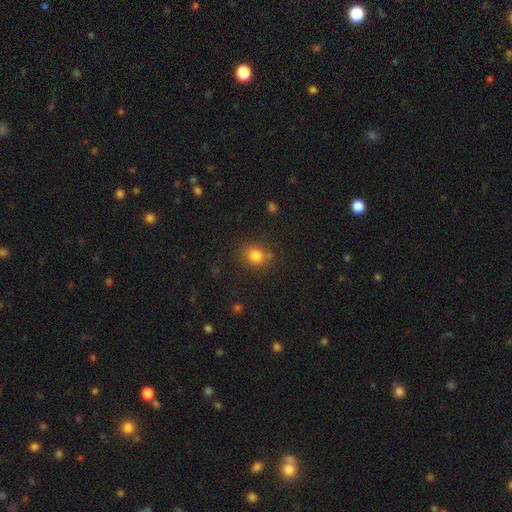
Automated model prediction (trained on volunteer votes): Smooth or featured: smooth — 81% (star or artifact — 12%)
How rounded: round — 68% (in between — 31%)
Merging: none — 82% (minor disturbance — 12%)